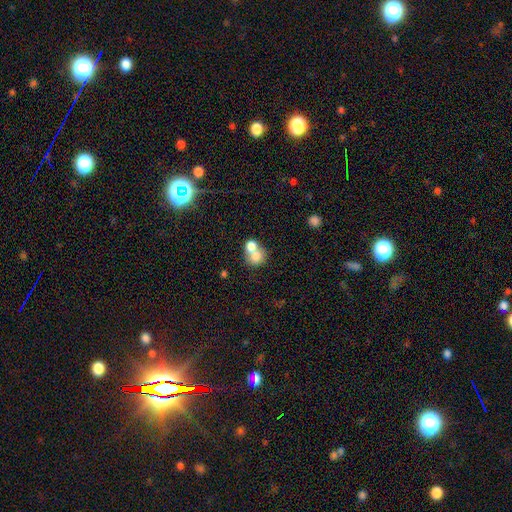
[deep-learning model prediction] Overall: smooth (73%). How rounded: round (71%). Merging: merger (64%; none 27%).